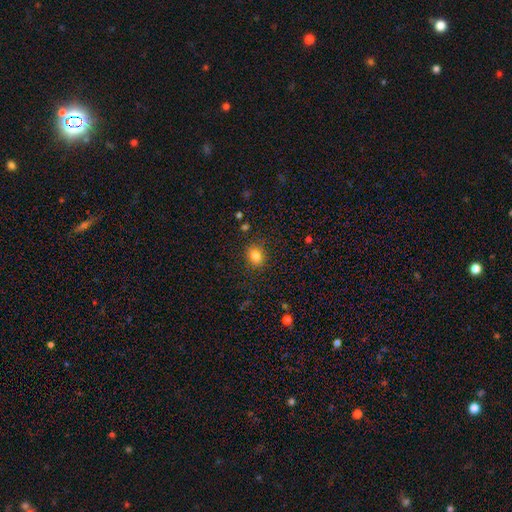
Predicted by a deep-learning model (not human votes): smooth_or_featured: smooth (p=0.82) [alt: star or artifact p=0.12]
how_rounded: round (p=0.63) [alt: in between p=0.36]
merging: none (p=0.86) [alt: minor disturbance p=0.09]